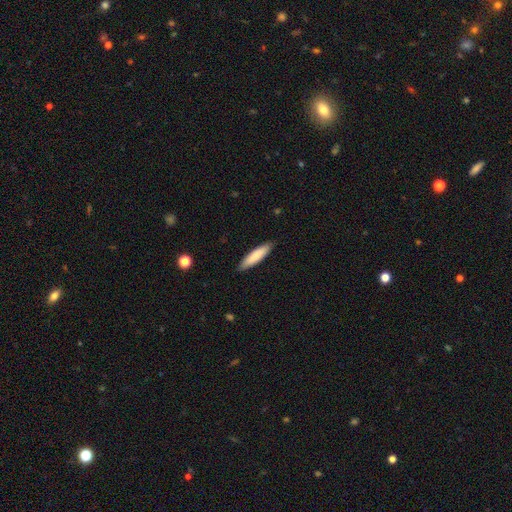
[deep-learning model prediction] Smooth or featured?
  - smooth: 83% *
  - featured or disk: 12%
  - star or artifact: 5%
How rounded?
  - cigar-shaped: 78% *
  - in between: 21%
  - round: 1%
Merging?
  - none: 89% *
  - minor disturbance: 8%
  - major disturbance: 2%
  - merger: 1%